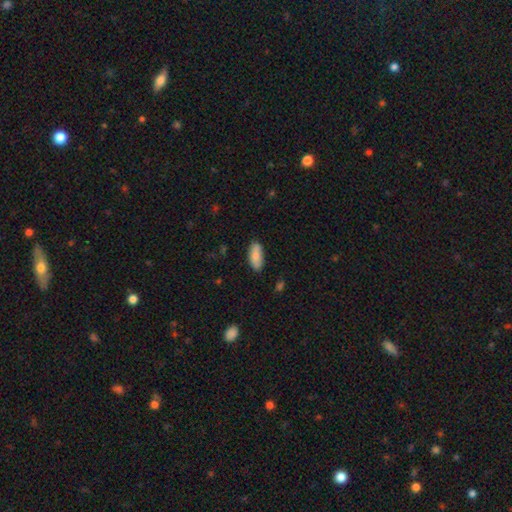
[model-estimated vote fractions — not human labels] This appears to be a smooth galaxy with no disk features (81%) that is in between round and cigar-shaped (84%). Merging: none (83%).